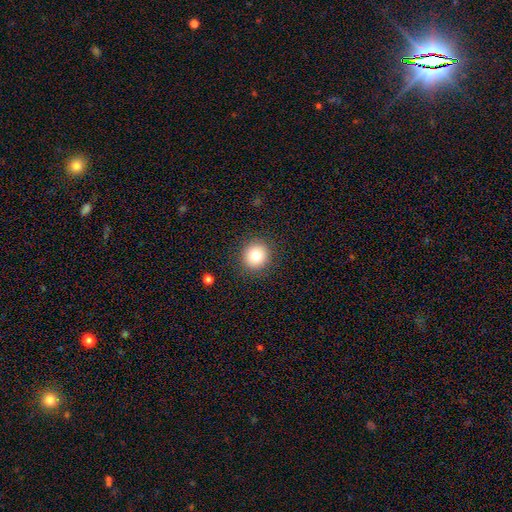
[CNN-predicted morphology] This appears to be a smooth galaxy with no disk features (80%) that is round (89%). Merging: none (90%).